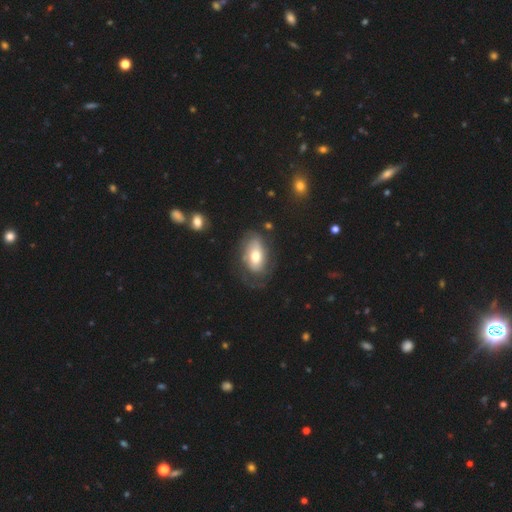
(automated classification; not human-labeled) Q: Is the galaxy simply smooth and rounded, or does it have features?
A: smooth — 47%.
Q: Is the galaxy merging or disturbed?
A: none — 53%.